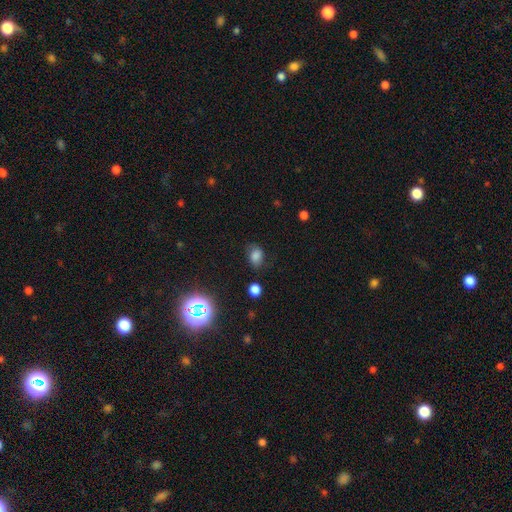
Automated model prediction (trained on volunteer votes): Overall: smooth (73%). How rounded: in between (72%). Merging: none (67%).